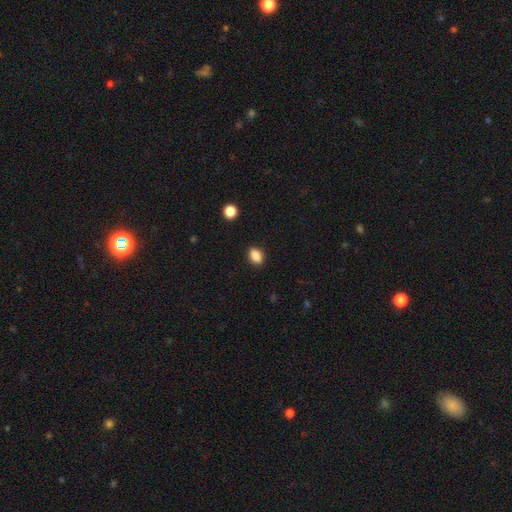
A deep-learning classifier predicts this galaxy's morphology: This is clearly a smooth galaxy (87%). How rounded: clearly in between (80%). Merging: clearly none (88%).